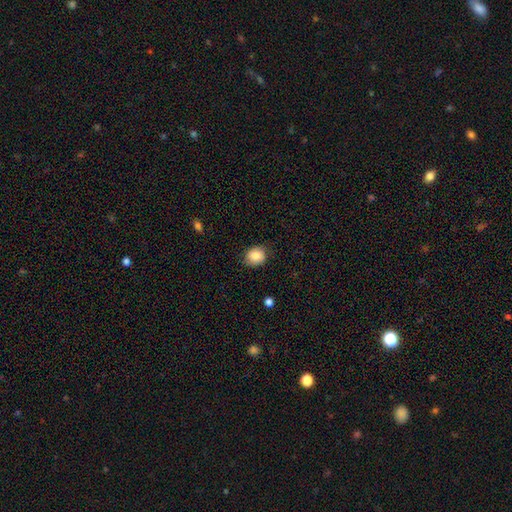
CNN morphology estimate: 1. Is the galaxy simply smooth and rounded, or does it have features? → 83% smooth, 8% featured or disk, 8% star or artifact.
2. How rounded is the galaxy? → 65% round, 34% in between, 1% cigar-shaped.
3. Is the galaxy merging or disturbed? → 79% none, 16% minor disturbance, 4% major disturbance, 1% merger.